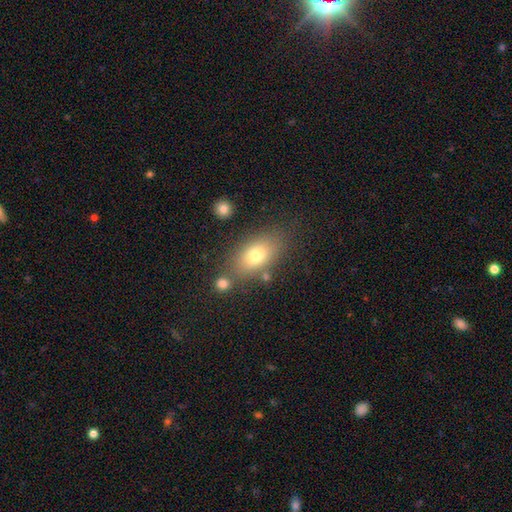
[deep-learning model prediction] A smooth galaxy with no disk features (73%) that is in between round and cigar-shaped (84%).

Vote fractions:
- Smooth or featured? smooth: 73% / featured or disk: 16% / star or artifact: 10%
- How rounded? in between: 84% / round: 11% / cigar-shaped: 4%
- Merging? none: 69% / minor disturbance: 14% / merger: 11% / major disturbance: 6%